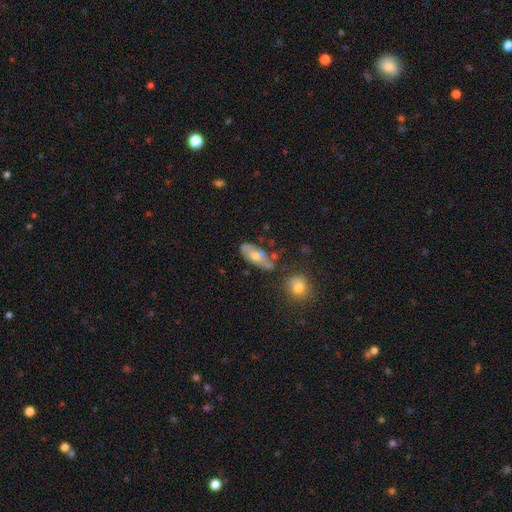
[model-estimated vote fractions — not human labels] This appears to be a smooth galaxy with no disk features (46%). Merging: none (57%).